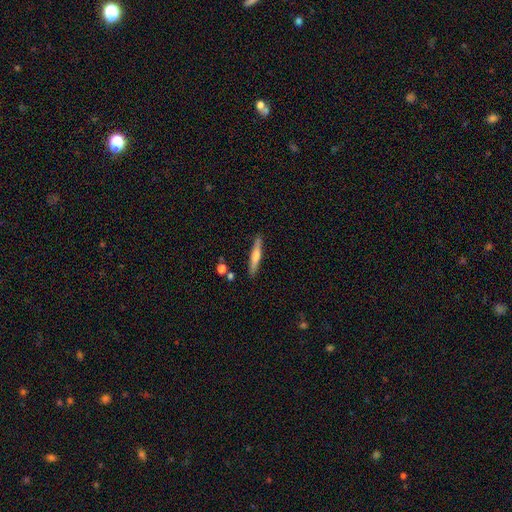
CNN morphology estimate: Smooth or featured? Predicted: smooth (p=0.48). Merging? Predicted: none (p=0.87).